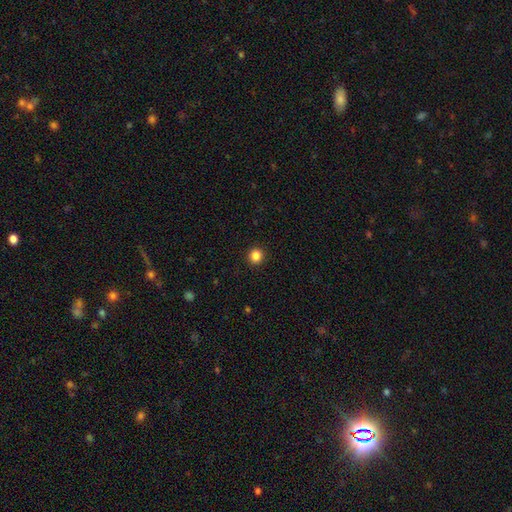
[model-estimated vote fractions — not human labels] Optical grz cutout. It shows a smooth galaxy with no disk features (85%) that is round (91%). Merging: none (93%).